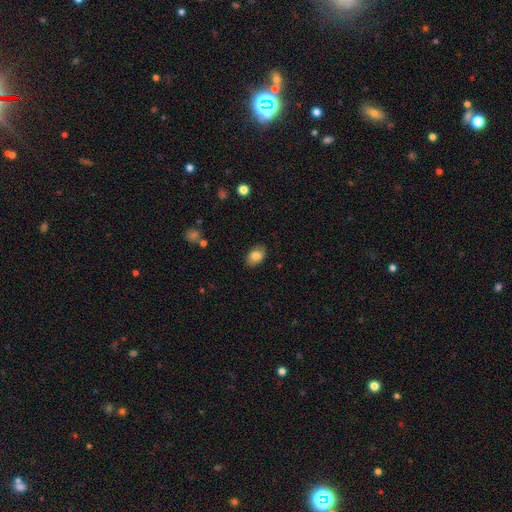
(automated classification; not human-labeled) Smooth or featured: smooth — 82% (featured or disk — 10%)
How rounded: in between — 84% (round — 15%)
Merging: none — 85% (minor disturbance — 12%)